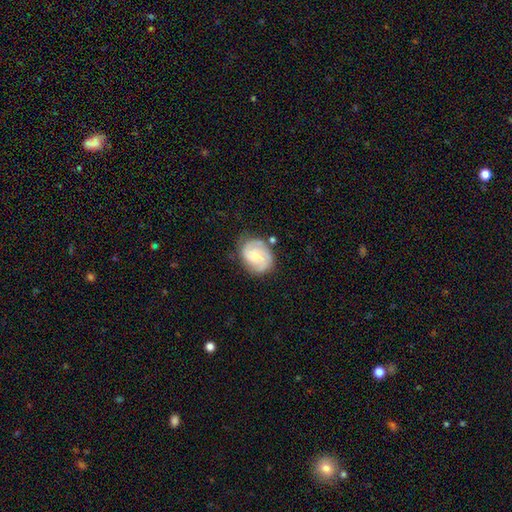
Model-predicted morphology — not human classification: Overall: featured or disk (73%). Edge-on disk: no (98%). Bar: no (67%; weak 29%). Spiral arms: yes (94%). Spiral arm count: 2 (39%; 3 31%). Spiral winding: tight (53%; medium 38%). Bulge size: small (52%; moderate 41%). Merging: none (70%).